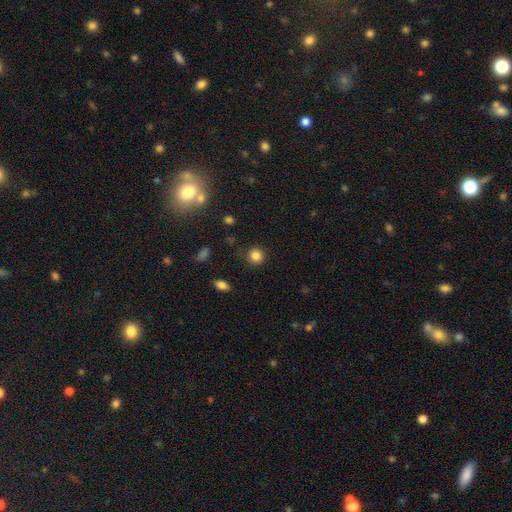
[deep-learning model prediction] Q: Smooth or featured?
A: smooth (84%); runner-up: star or artifact (11%)
Q: How rounded?
A: round (90%); runner-up: in between (9%)
Q: Merging?
A: none (84%); runner-up: minor disturbance (11%)